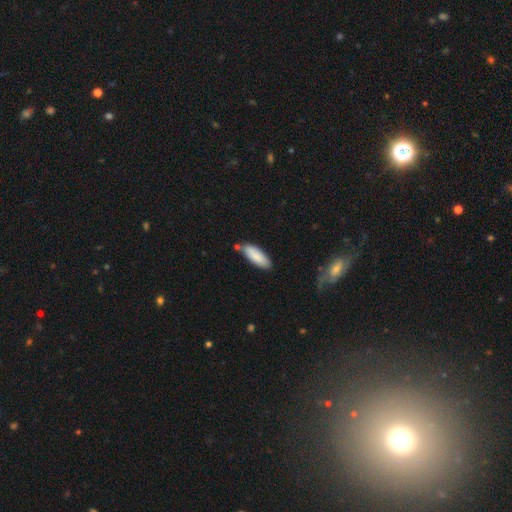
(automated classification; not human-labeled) Smooth or featured: smooth — 86% (featured or disk — 8%)
How rounded: in between — 63% (cigar-shaped — 36%)
Merging: none — 76% (minor disturbance — 15%)